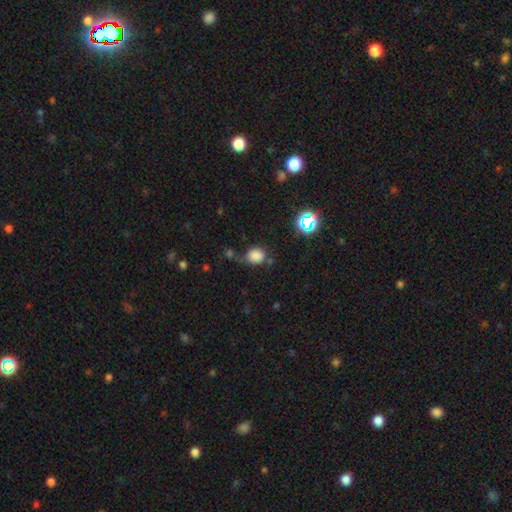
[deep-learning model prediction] This is likely a smooth galaxy (79%). How rounded: likely round (69%). Merging: possibly none (56%).